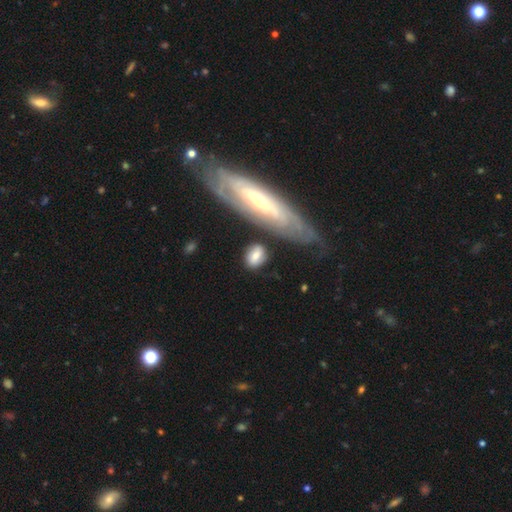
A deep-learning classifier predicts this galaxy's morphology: Overall: smooth (66%; featured or disk 27%). How rounded: in between (64%; round 29%). Merging: none (71%).